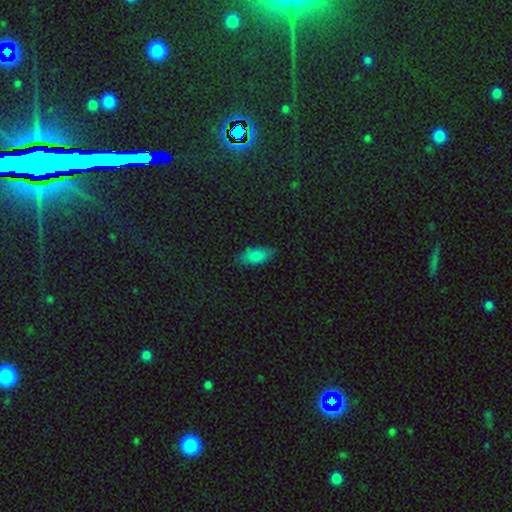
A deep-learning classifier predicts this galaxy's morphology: smooth-or-featured: smooth: 81% | star or artifact: 10% | featured or disk: 9%
  how-rounded: in between: 87% | cigar-shaped: 10% | round: 3%
  merging: none: 79% | minor disturbance: 16% | major disturbance: 3% | merger: 1%